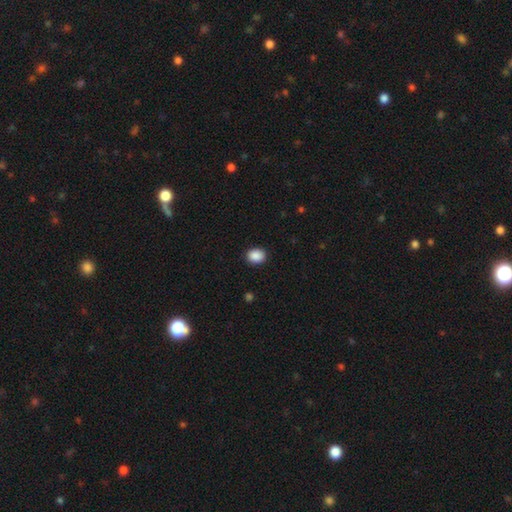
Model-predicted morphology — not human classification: Q: Smooth or featured?
A: smooth (89%); runner-up: star or artifact (8%)
Q: How rounded?
A: in between (50%); runner-up: round (49%)
Q: Merging?
A: none (90%); runner-up: minor disturbance (7%)